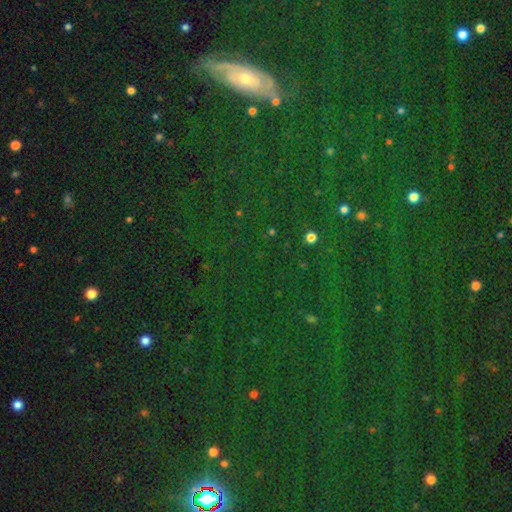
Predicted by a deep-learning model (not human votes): smooth-or-featured: star or artifact: 68% | smooth: 19% | featured or disk: 13%